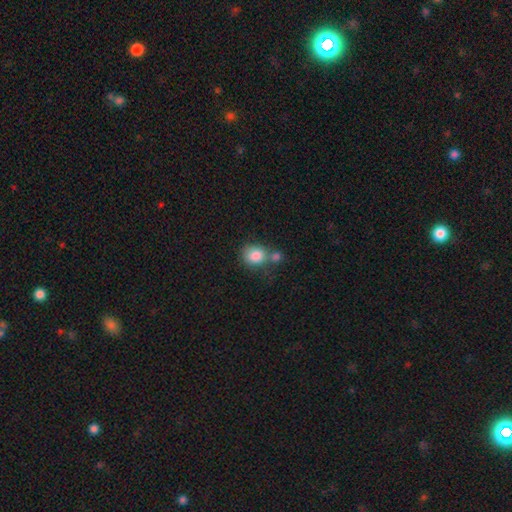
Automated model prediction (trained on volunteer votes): A smooth galaxy with no disk features (84%) that is round (67%).

Vote fractions:
- Smooth or featured? smooth: 84% / star or artifact: 9% / featured or disk: 7%
- How rounded? round: 67% / in between: 32% / cigar-shaped: 1%
- Merging? none: 42% / merger: 38% / minor disturbance: 14% / major disturbance: 6%